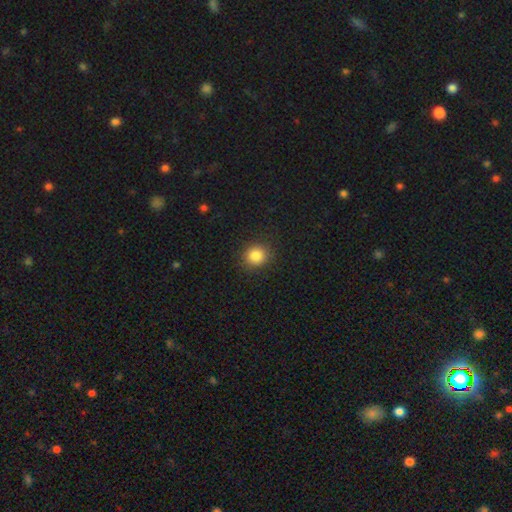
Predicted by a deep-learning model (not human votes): Smooth or featured? Predicted: smooth (p=0.84). How rounded? Predicted: round (p=0.87). Merging? Predicted: none (p=0.90).